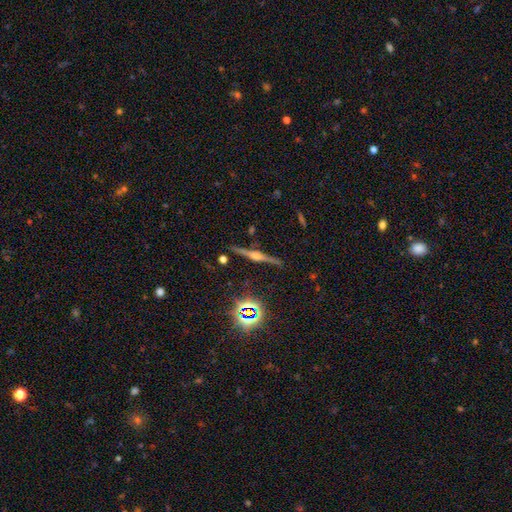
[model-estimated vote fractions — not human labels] This is likely a featured or disk galaxy (74%). It is clearly viewed edge-on (97%). Edge-on bulge: likely rounded (79%). Merging: clearly none (88%).